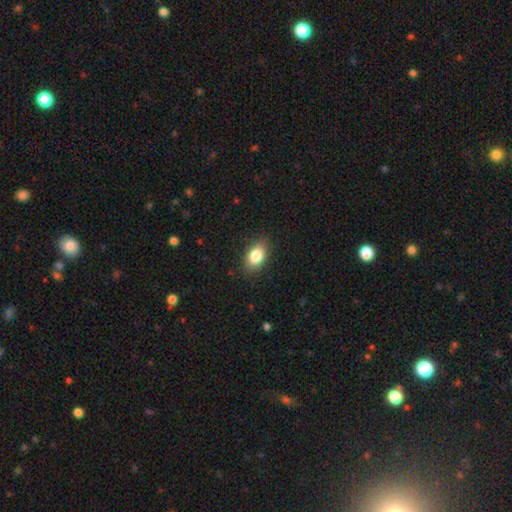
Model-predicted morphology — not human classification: smooth 83%, featured or disk 9%, star or artifact 8%. Down the decision tree: how rounded — in between (86%); merging — none (86%).